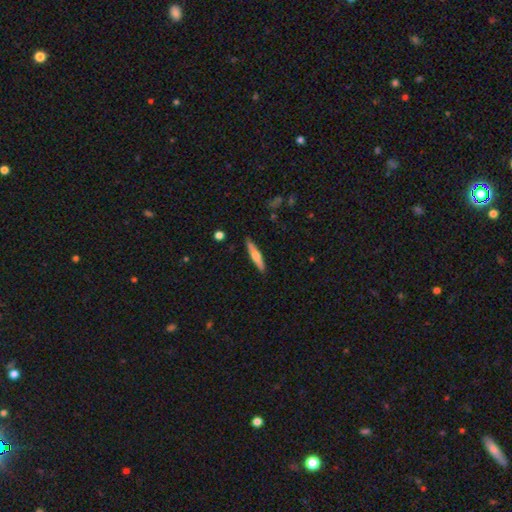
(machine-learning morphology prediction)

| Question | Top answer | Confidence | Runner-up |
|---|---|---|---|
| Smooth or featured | smooth | 50% | featured or disk (44%) |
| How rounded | cigar-shaped | 88% | in between (11%) |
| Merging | none | 88% | minor disturbance (9%) |